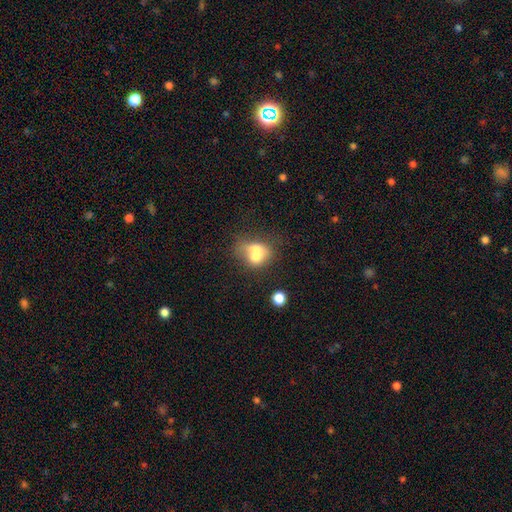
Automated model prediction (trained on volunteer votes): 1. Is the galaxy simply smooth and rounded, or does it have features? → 65% smooth, 24% featured or disk, 11% star or artifact.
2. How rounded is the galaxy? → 58% in between, 40% round, 2% cigar-shaped.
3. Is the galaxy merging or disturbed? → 41% merger, 26% none, 18% minor disturbance, 15% major disturbance.